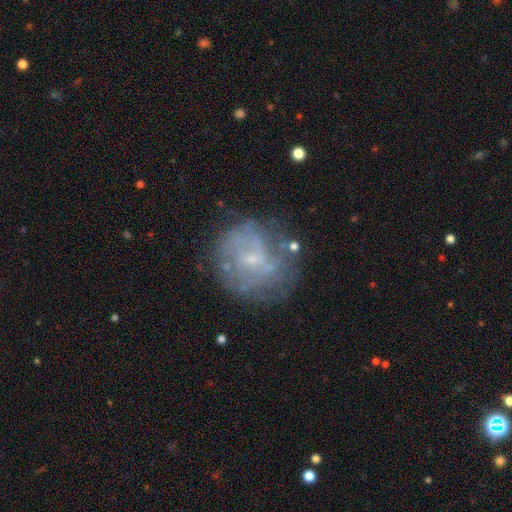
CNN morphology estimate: featured or disk 56%, smooth 31%, star or artifact 14%. Down the decision tree: edge-on disk — no (97%); bar — no (54%); spiral arms — no (54%); bulge size — small (69%); merging — none (66%).